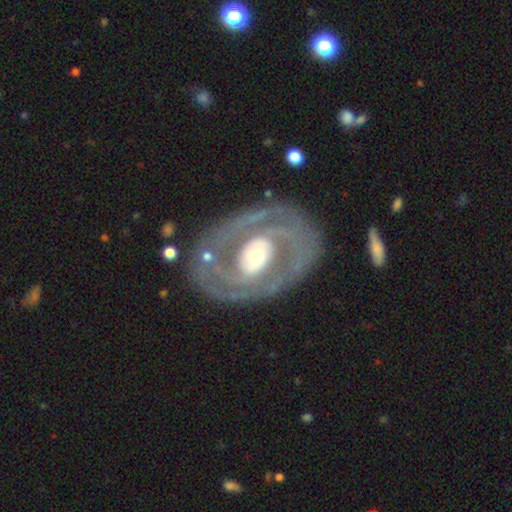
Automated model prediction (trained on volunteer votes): smooth_or_featured: featured or disk (p=0.86) [alt: smooth p=0.09]
disk_edge_on: no (p=0.96) [alt: yes p=0.04]
bar: no (p=0.57) [alt: weak p=0.27]
has_spiral_arms: yes (p=0.84) [alt: no p=0.16]
spiral_winding: tight (p=0.58) [alt: medium p=0.32]
spiral_arm_count: 2 (p=0.66) [alt: can't tell p=0.14]
bulge_size: moderate (p=0.63) [alt: small p=0.19]
merging: none (p=0.77) [alt: minor disturbance p=0.14]